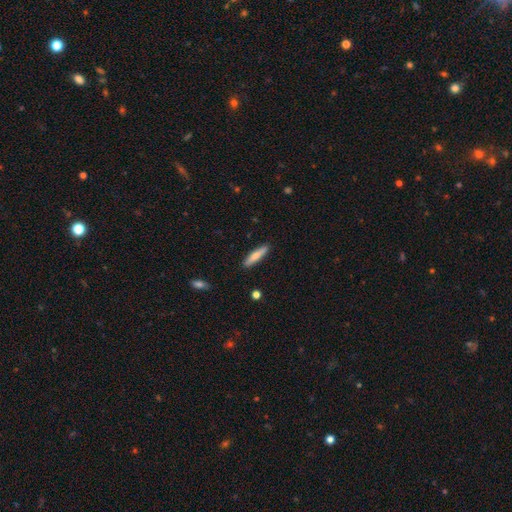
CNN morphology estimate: smooth-or-featured: smooth: 73% | featured or disk: 22% | star or artifact: 6%
  how-rounded: cigar-shaped: 85% | in between: 14% | round: 1%
  merging: none: 89% | minor disturbance: 8% | major disturbance: 2% | merger: 1%